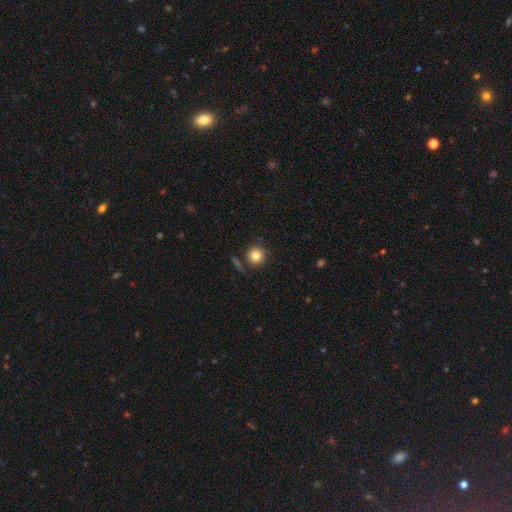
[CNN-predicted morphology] Smooth or featured: smooth — 82% (star or artifact — 11%)
How rounded: round — 93% (in between — 6%)
Merging: none — 82% (minor disturbance — 9%)